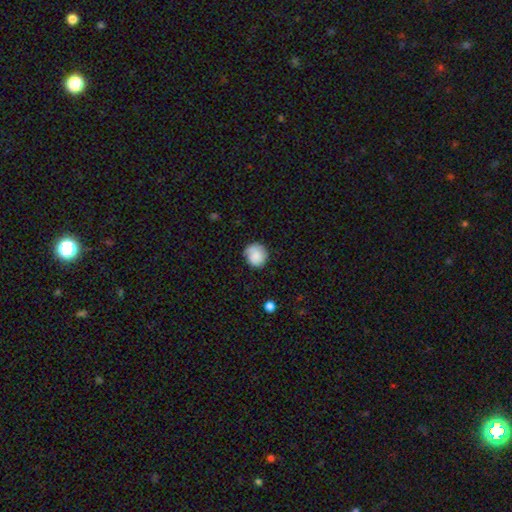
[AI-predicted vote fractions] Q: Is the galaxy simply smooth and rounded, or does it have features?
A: smooth — 82%.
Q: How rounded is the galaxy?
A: round — 84%.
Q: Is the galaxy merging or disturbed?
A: none — 73%.